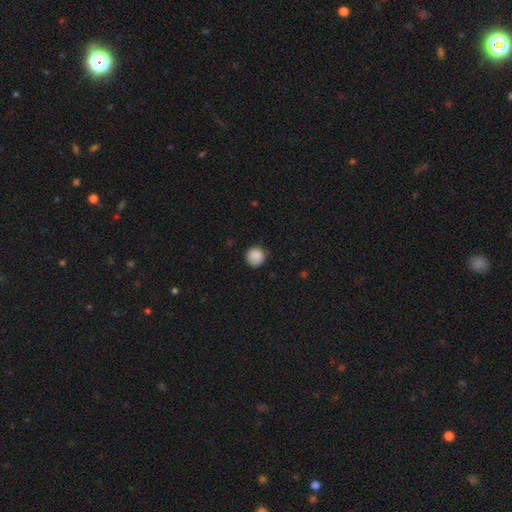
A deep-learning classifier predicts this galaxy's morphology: smooth_or_featured: smooth (p=0.87) [alt: star or artifact p=0.09]
how_rounded: round (p=0.93) [alt: in between p=0.06]
merging: none (p=0.80) [alt: minor disturbance p=0.16]